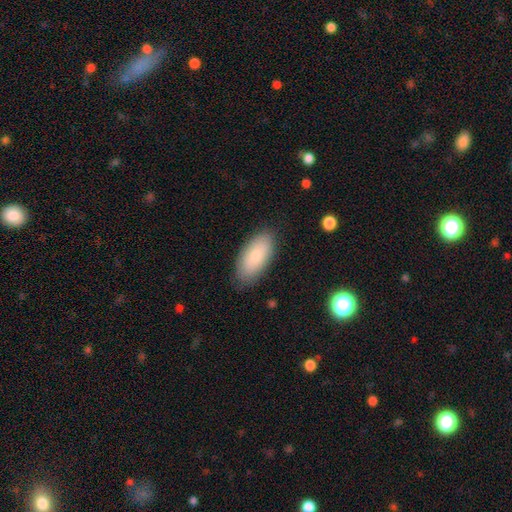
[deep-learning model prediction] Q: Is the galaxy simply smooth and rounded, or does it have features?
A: smooth — 81%.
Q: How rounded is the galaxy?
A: in between — 92%.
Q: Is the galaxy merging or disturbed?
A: none — 84%.